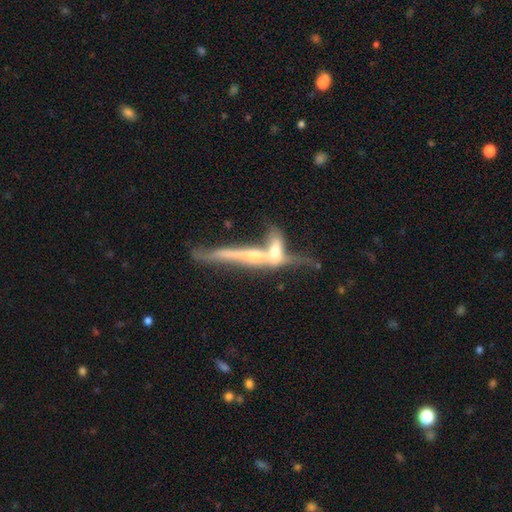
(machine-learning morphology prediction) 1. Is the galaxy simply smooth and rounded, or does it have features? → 70% featured or disk, 21% smooth, 9% star or artifact.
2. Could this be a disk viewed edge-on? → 79% yes, 21% no.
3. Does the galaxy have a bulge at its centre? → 59% rounded, 30% none, 11% boxy.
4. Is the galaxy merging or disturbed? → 57% merger, 22% none, 11% major disturbance, 10% minor disturbance.